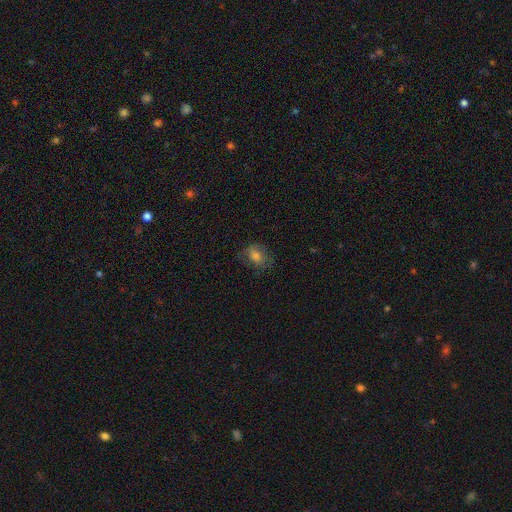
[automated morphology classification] Smooth or featured? Predicted: smooth (p=0.68). How rounded? Predicted: in between (p=0.59). Merging? Predicted: none (p=0.69).